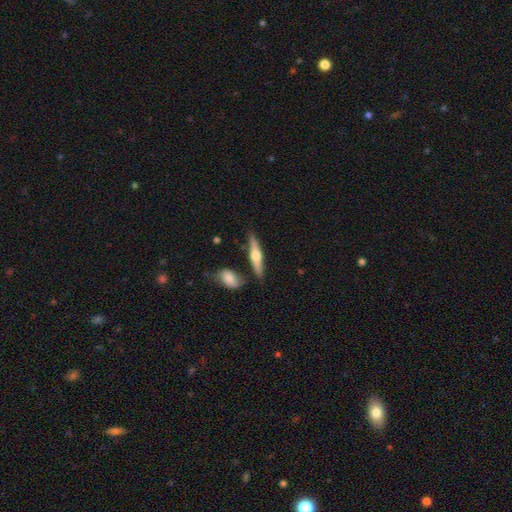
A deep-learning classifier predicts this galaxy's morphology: Smooth or featured: featured or disk — 58% (smooth — 36%)
Edge-on disk: yes — 95% (no — 5%)
Edge-on bulge: rounded — 92% (boxy — 5%)
Merging: none — 79% (minor disturbance — 12%)